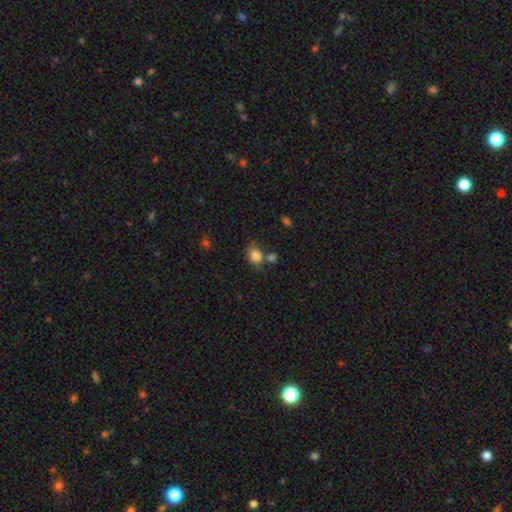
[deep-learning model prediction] smooth 84%, star or artifact 10%, featured or disk 6%. Down the decision tree: how rounded — in between (56%); merging — none (59%).